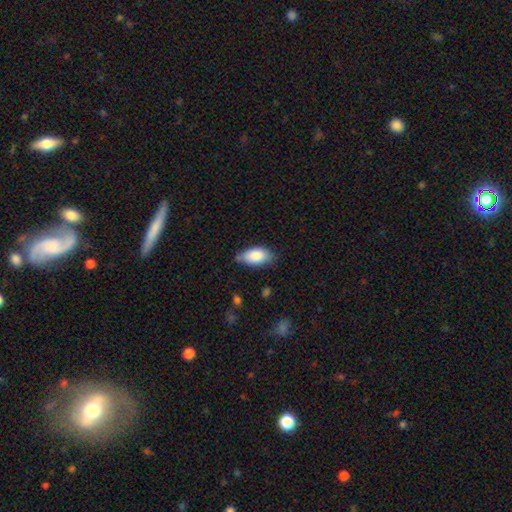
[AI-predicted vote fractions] The model was most divided on "merging": none: 68%, minor disturbance: 26%, major disturbance: 4%, merger: 2%. More confident: how rounded — in between (93%); smooth or featured — smooth (85%).